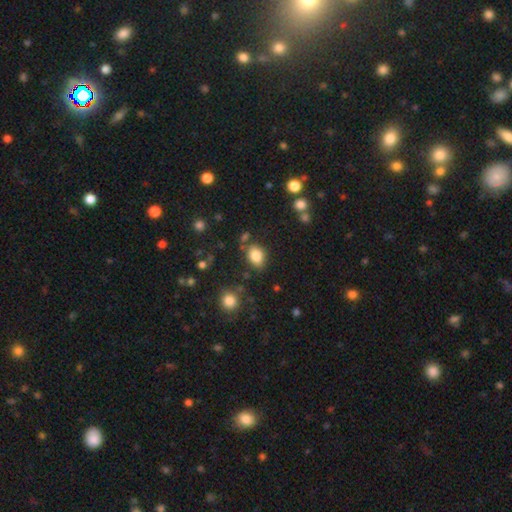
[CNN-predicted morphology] type=smooth (85%); roundness=in between (75%); merging=none (75%).